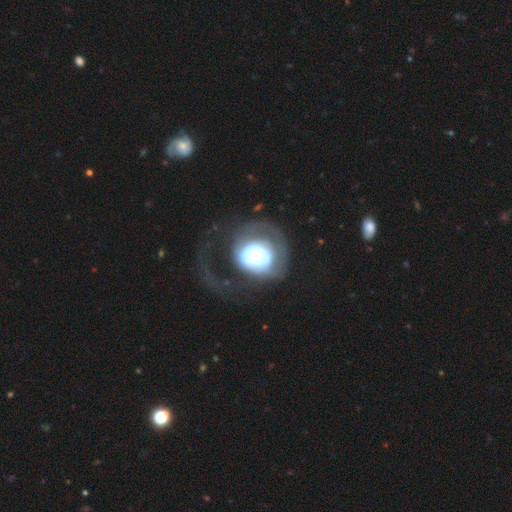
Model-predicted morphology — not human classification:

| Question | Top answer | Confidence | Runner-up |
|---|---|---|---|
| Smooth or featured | featured or disk | 52% | smooth (40%) |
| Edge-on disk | no | 97% | yes (3%) |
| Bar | no | 81% | weak (14%) |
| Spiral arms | yes | 53% | no (47%) |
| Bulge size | large | 32% | moderate (30%) |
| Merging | major disturbance | 57% | none (23%) |